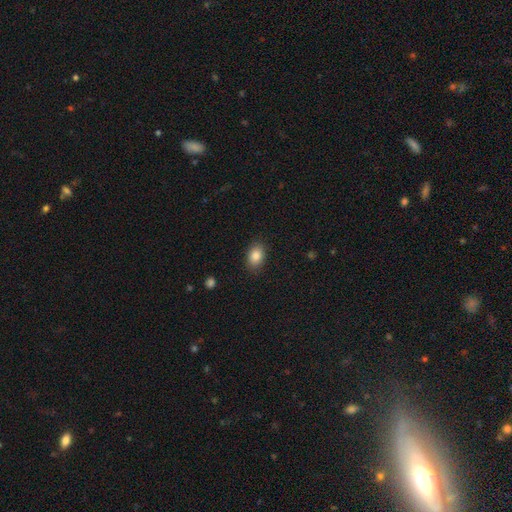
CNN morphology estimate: A smooth galaxy with no disk features (84%) that is in between round and cigar-shaped (81%).

Vote fractions:
- Smooth or featured? smooth: 84% / star or artifact: 9% / featured or disk: 7%
- How rounded? in between: 81% / round: 17% / cigar-shaped: 1%
- Merging? none: 87% / minor disturbance: 10% / major disturbance: 2% / merger: 1%